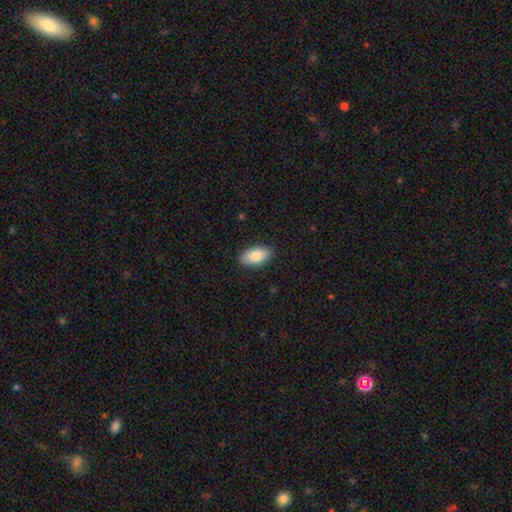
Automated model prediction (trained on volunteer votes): Smooth or featured?
  - smooth: 85% *
  - featured or disk: 8%
  - star or artifact: 6%
How rounded?
  - in between: 94% *
  - round: 3%
  - cigar-shaped: 3%
Merging?
  - none: 87% *
  - minor disturbance: 10%
  - major disturbance: 2%
  - merger: 1%